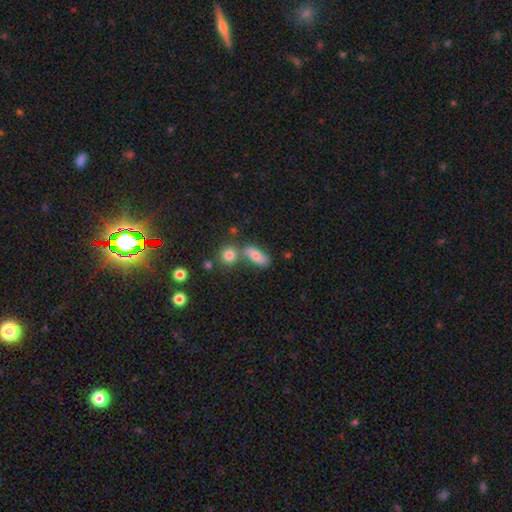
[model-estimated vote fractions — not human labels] The model was most divided on "merging": none: 51%, merger: 30%, minor disturbance: 13%, major disturbance: 5%. More confident: how rounded — in between (75%); smooth or featured — smooth (68%).